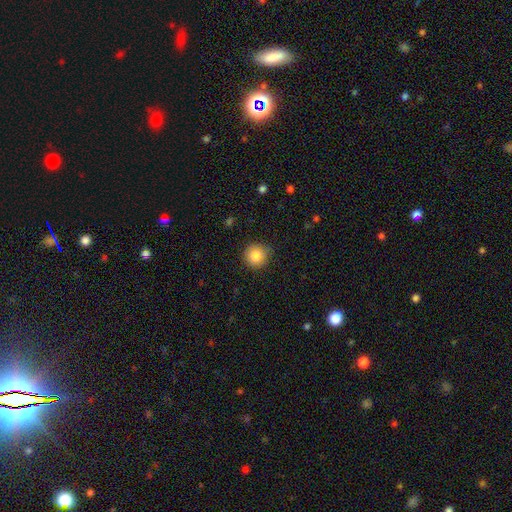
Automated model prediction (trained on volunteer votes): Morphology: type=smooth (86%); roundness=round (95%); merging=none (87%).